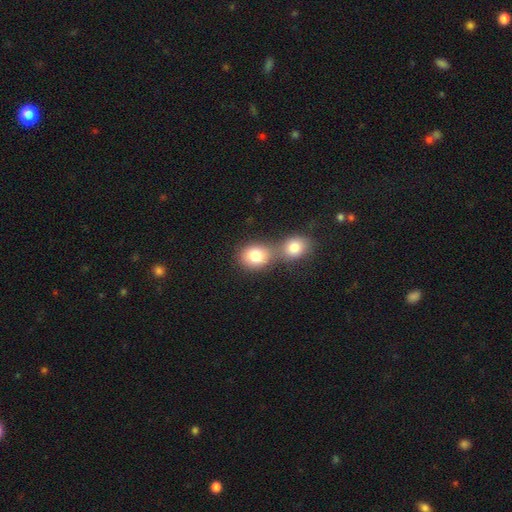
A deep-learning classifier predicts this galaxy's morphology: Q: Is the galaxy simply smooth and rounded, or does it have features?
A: smooth — 81%.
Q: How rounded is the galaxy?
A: round — 64%.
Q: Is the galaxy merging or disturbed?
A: merger — 60%.